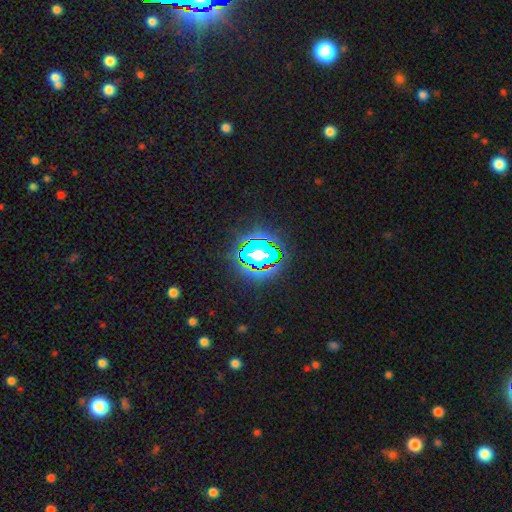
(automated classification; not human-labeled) A star or artifact, not a galaxy (79%).